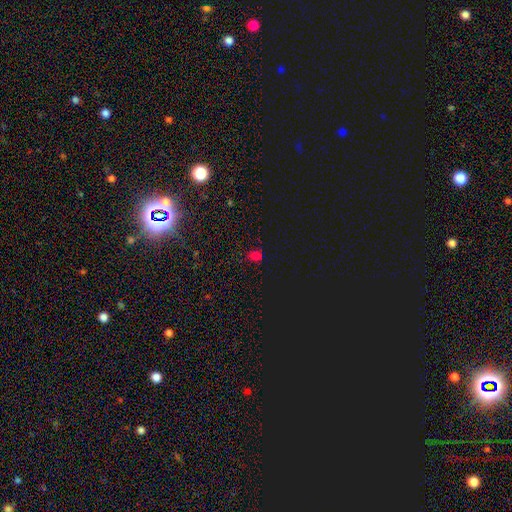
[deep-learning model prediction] Smooth or featured? Predicted: smooth (p=0.56). How rounded? Predicted: round (p=0.59). Merging? Predicted: none (p=0.72).